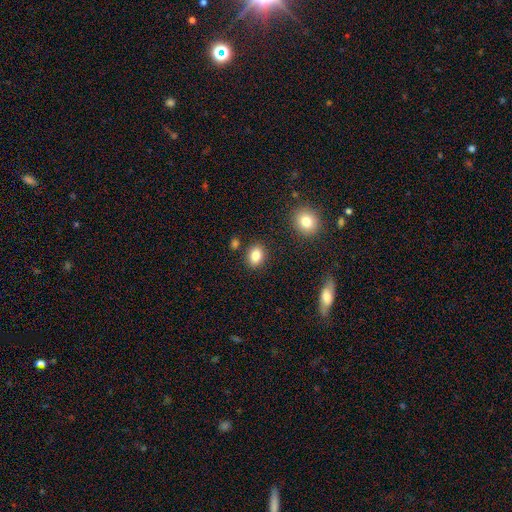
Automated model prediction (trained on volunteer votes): Smooth or featured? Predicted: smooth (p=0.84). How rounded? Predicted: in between (p=0.59). Merging? Predicted: none (p=0.84).